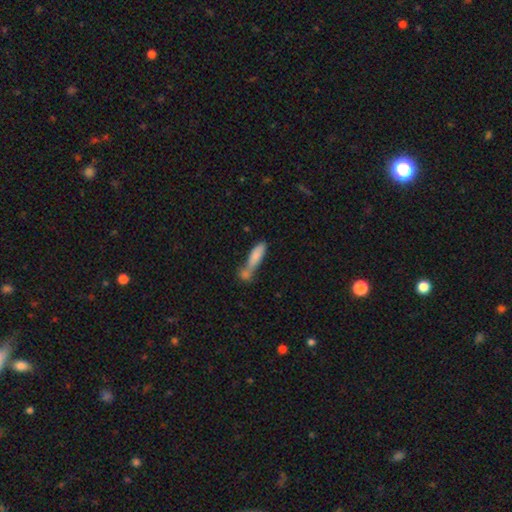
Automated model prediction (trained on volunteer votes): Overall: smooth (79%). How rounded: cigar-shaped (59%; in between 38%). Merging: merger (50%; none 28%).